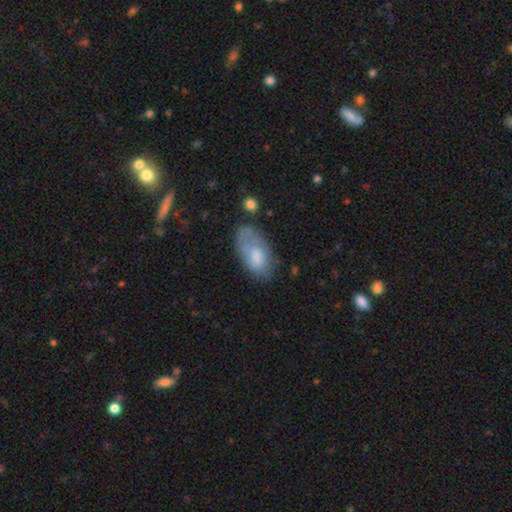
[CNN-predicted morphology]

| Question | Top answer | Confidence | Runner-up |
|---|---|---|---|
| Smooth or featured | smooth | 67% | featured or disk (26%) |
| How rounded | in between | 93% | round (3%) |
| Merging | none | 50% | minor disturbance (31%) |